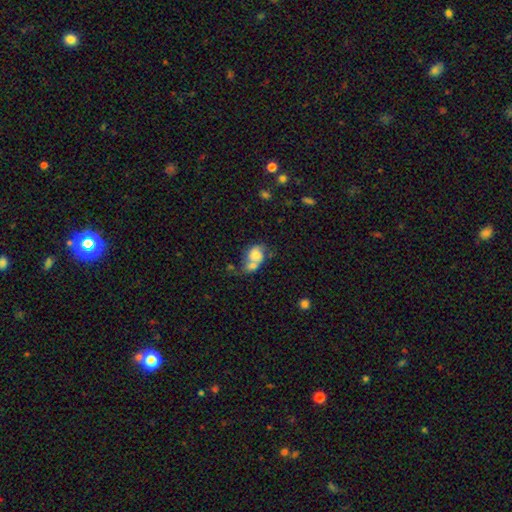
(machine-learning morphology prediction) smooth_or_featured: smooth (p=0.58) [alt: featured or disk p=0.32]
how_rounded: in between (p=0.62) [alt: round p=0.37]
merging: merger (p=0.57) [alt: none p=0.19]